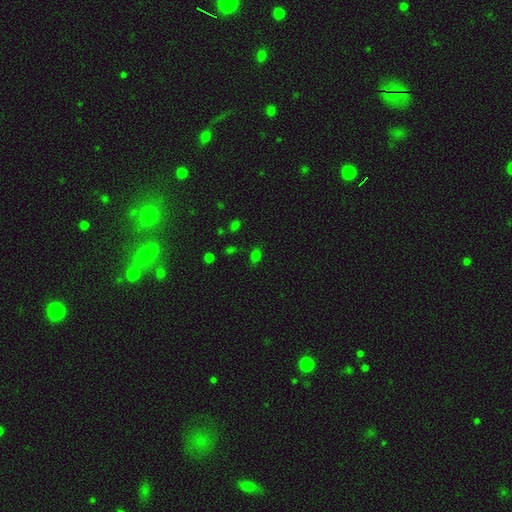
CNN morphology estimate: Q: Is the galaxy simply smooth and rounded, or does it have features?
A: smooth — 68%.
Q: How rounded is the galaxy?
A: in between — 73%.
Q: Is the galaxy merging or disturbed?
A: none — 76%.